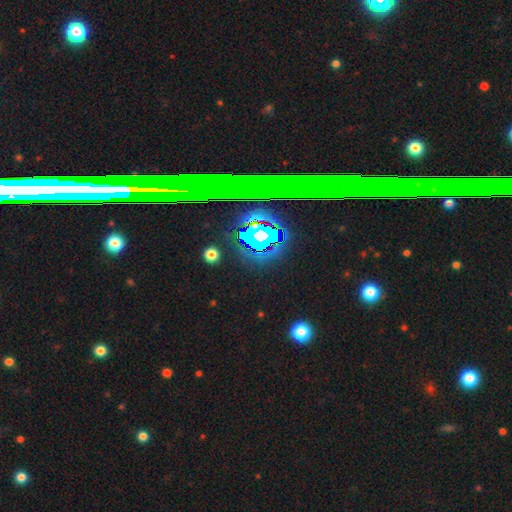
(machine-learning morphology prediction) A star or artifact, not a galaxy (76%).